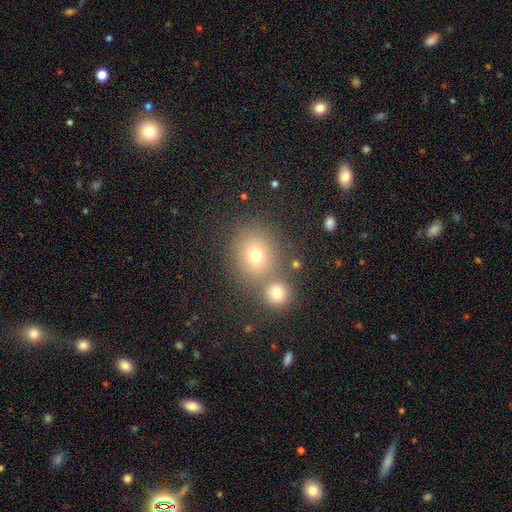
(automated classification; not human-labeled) A smooth galaxy with no disk features (70%) that is round (80%).

Vote fractions:
- Smooth or featured? smooth: 70% / star or artifact: 18% / featured or disk: 12%
- How rounded? round: 80% / in between: 19% / cigar-shaped: 1%
- Merging? none: 63% / merger: 24% / minor disturbance: 9% / major disturbance: 4%